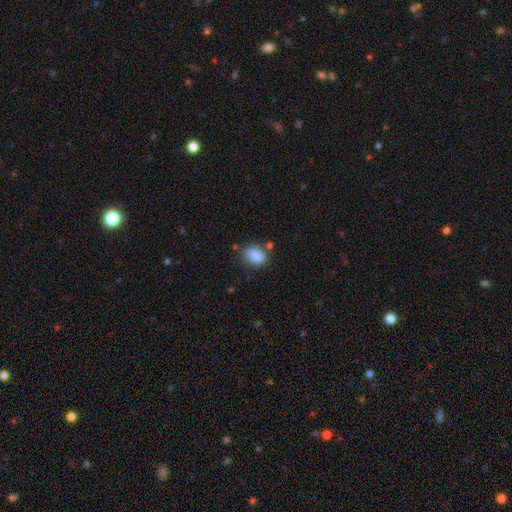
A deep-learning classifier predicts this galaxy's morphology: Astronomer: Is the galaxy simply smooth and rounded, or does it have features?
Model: smooth — 86%.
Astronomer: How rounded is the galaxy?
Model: in between — 75%.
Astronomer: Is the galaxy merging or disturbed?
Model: none — 65%.